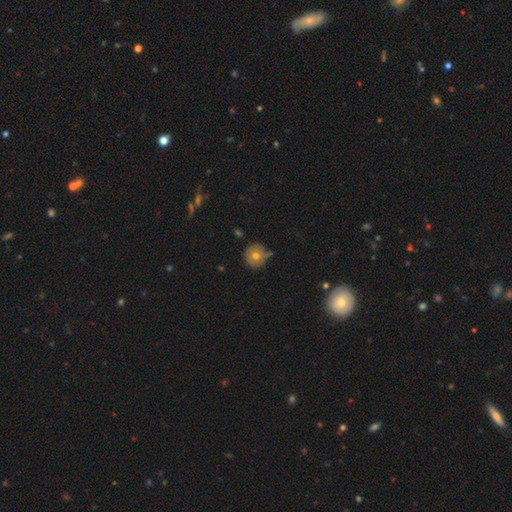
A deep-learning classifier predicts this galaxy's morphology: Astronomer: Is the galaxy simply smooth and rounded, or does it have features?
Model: smooth — 61%.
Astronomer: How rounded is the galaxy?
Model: round — 93%.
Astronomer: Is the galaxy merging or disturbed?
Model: none — 74%.